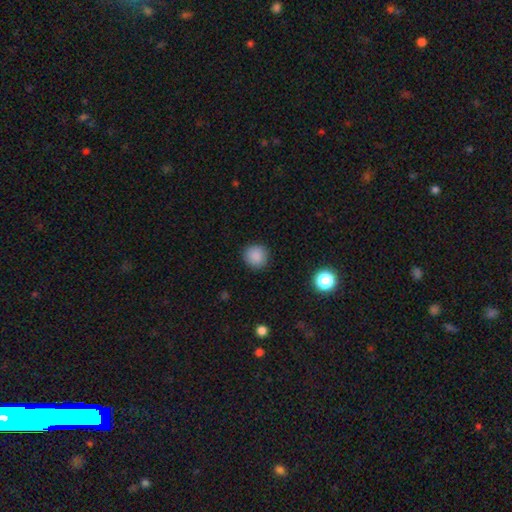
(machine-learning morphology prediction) smooth 87%, star or artifact 10%, featured or disk 3%. Down the decision tree: how rounded — round (93%); merging — none (91%).